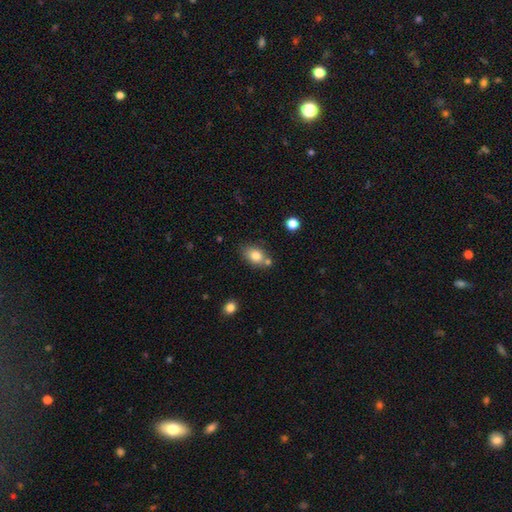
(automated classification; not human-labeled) Q: Smooth or featured?
A: smooth (80%); runner-up: featured or disk (11%)
Q: How rounded?
A: in between (74%); runner-up: round (24%)
Q: Merging?
A: none (64%); runner-up: merger (18%)